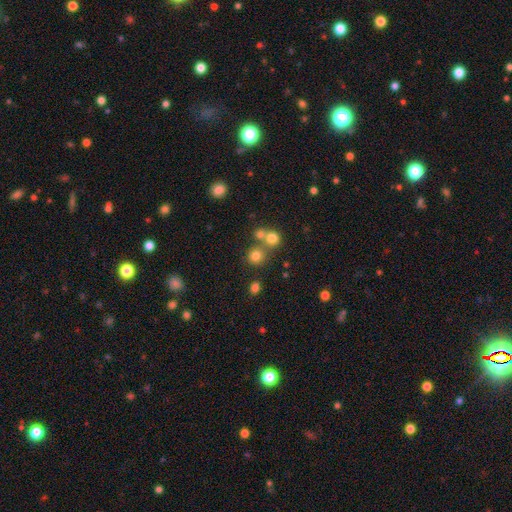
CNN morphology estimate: Overall: smooth (76%). How rounded: round (87%). Merging: none (65%).